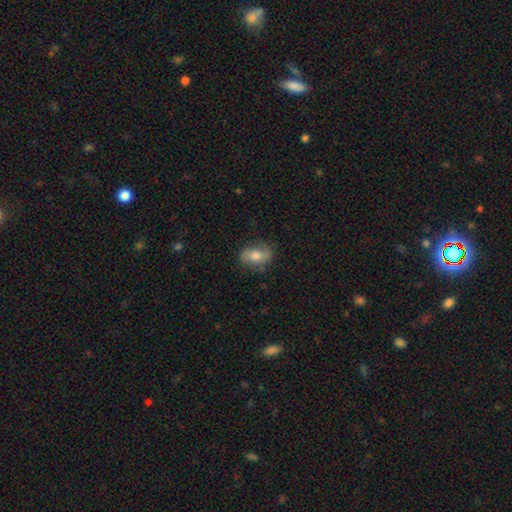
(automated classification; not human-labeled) smooth-or-featured: smooth: 66% | featured or disk: 26% | star or artifact: 8%
  how-rounded: in between: 83% | round: 14% | cigar-shaped: 3%
  merging: none: 76% | minor disturbance: 18% | major disturbance: 5% | merger: 1%